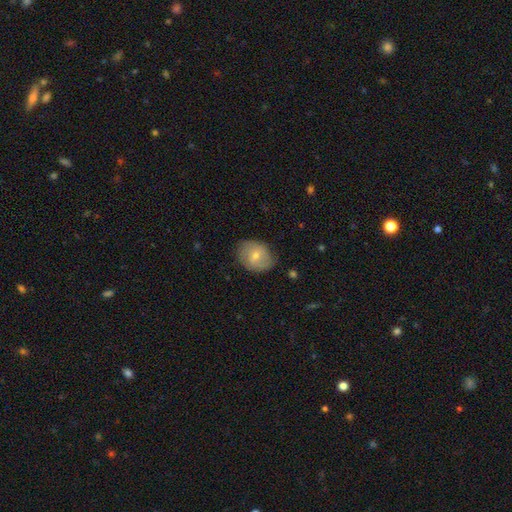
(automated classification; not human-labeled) A smooth galaxy with no disk features (53%) that is round (51%). Merging: none (75%).